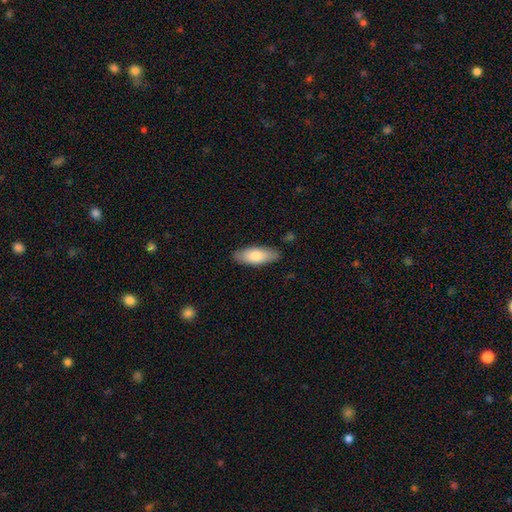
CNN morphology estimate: Overall: smooth (77%). How rounded: in between (77%). Merging: none (85%).